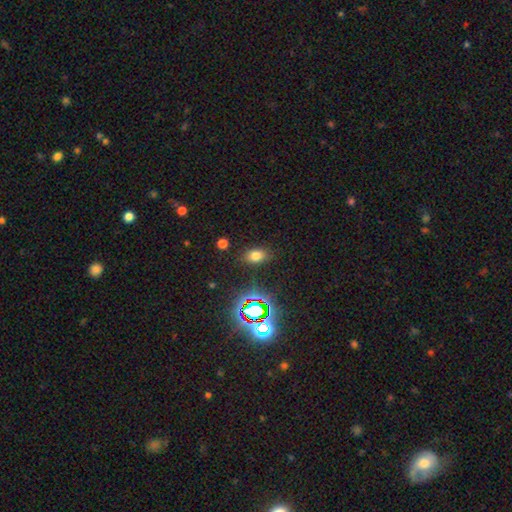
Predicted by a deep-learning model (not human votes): This is likely a smooth galaxy (70%). How rounded: likely in between (80%). Merging: clearly none (84%).